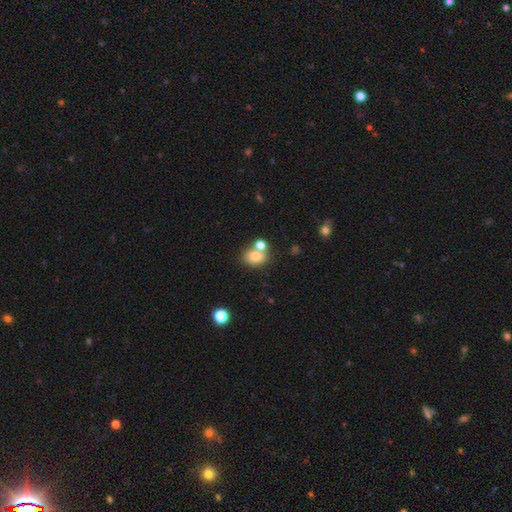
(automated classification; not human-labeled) A smooth galaxy with no disk features (74%) that is round (53%). Merging: none (50%).